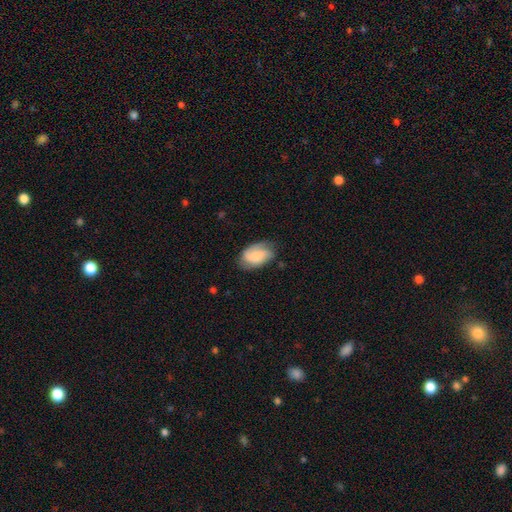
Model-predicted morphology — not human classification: Smooth or featured: smooth — 52% (featured or disk — 40%)
How rounded: in between — 91% (round — 7%)
Merging: none — 62% (minor disturbance — 27%)